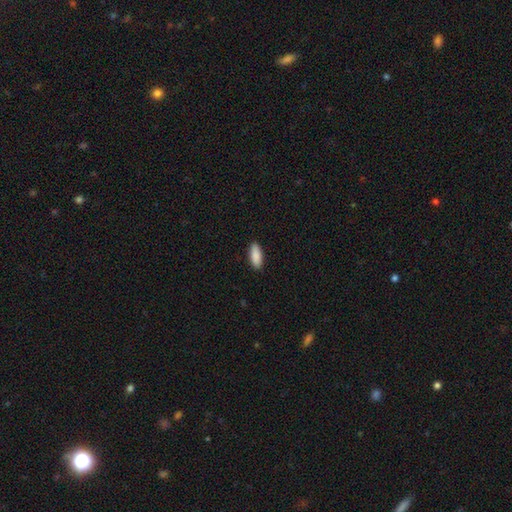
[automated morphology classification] Smooth or featured? smooth (90%)
How rounded? in between (81%)
Merging? none (90%)